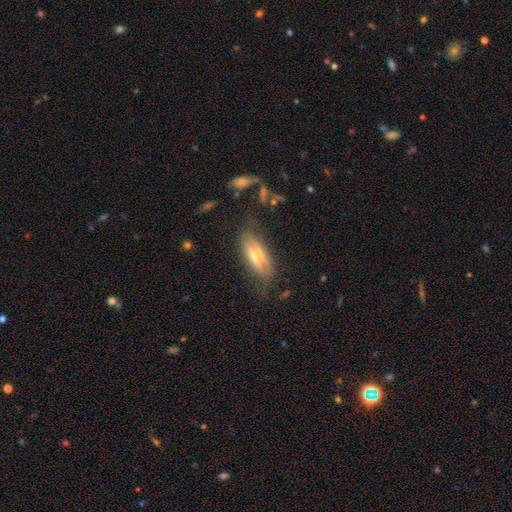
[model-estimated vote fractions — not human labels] A featured or disk galaxy (50%) viewed edge-on (59%).

Vote fractions:
- Smooth or featured? featured or disk: 50% / smooth: 41% / star or artifact: 9%
- Edge-on disk? yes: 59% / no: 41%
- Merging? none: 61% / minor disturbance: 25% / major disturbance: 11% / merger: 3%